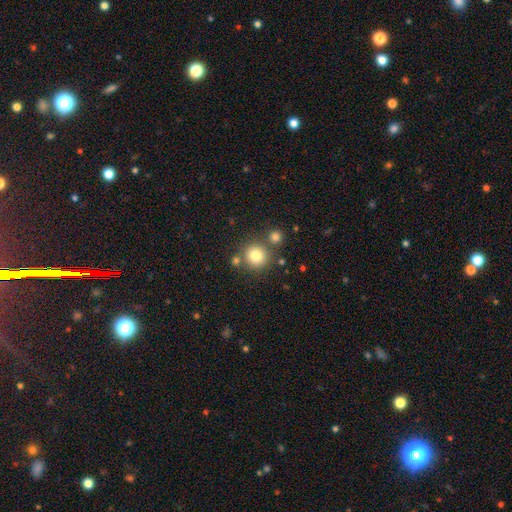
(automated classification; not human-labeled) The model was most divided on "merging": none: 74%, merger: 14%, minor disturbance: 9%, major disturbance: 3%. More confident: how rounded — round (92%); smooth or featured — smooth (80%).